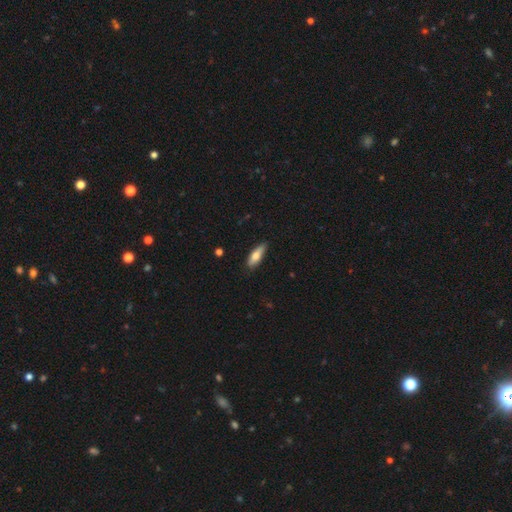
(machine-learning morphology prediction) Smooth or featured: smooth — 68% (featured or disk — 26%)
How rounded: cigar-shaped — 50% (in between — 48%)
Merging: none — 80% (minor disturbance — 16%)